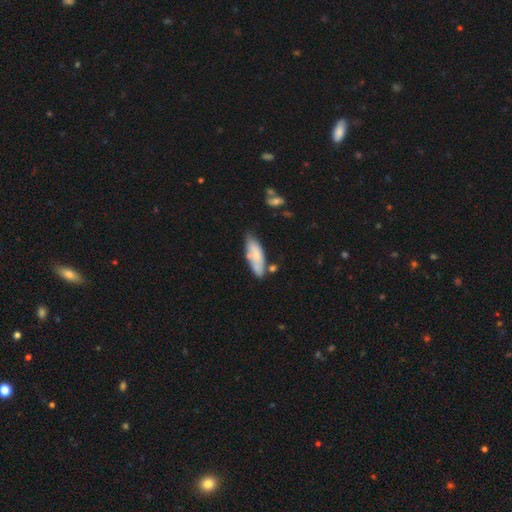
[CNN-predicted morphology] This is likely a smooth galaxy (66%). How rounded: likely in between (65%). Merging: possibly none (59%).